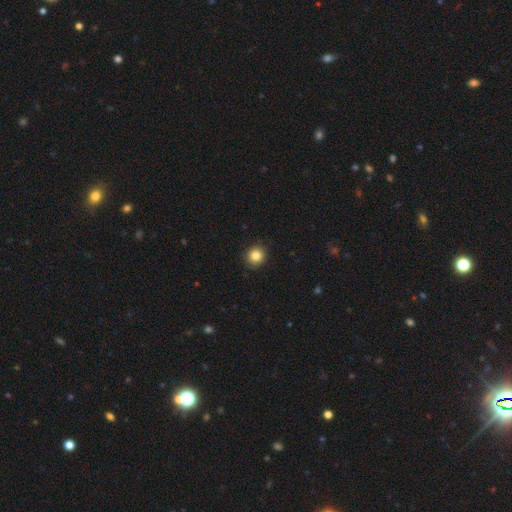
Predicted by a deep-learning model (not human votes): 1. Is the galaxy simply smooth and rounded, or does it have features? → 85% smooth, 10% star or artifact, 5% featured or disk.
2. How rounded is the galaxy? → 89% round, 10% in between, 1% cigar-shaped.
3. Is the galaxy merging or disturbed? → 90% none, 7% minor disturbance, 2% major disturbance, 1% merger.